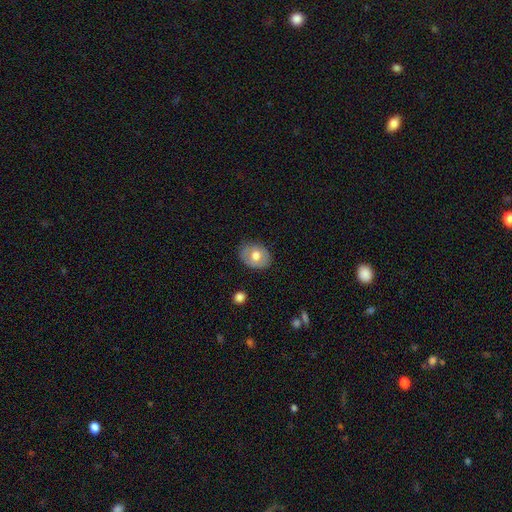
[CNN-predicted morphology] type=smooth (66%); roundness=in between (61%); merging=none (80%).